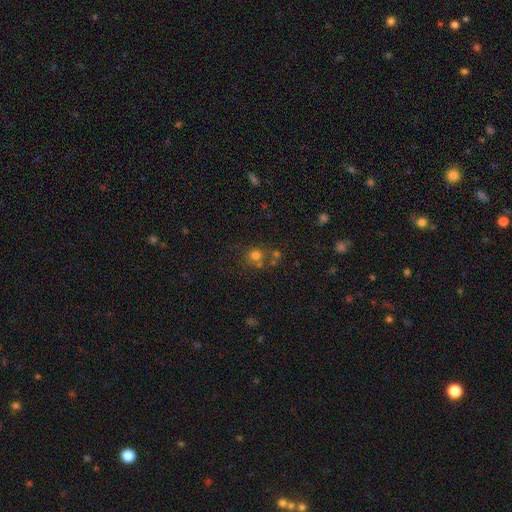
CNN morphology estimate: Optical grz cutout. It shows a smooth galaxy with no disk features (69%) that is round (83%). Merging: none (57%).